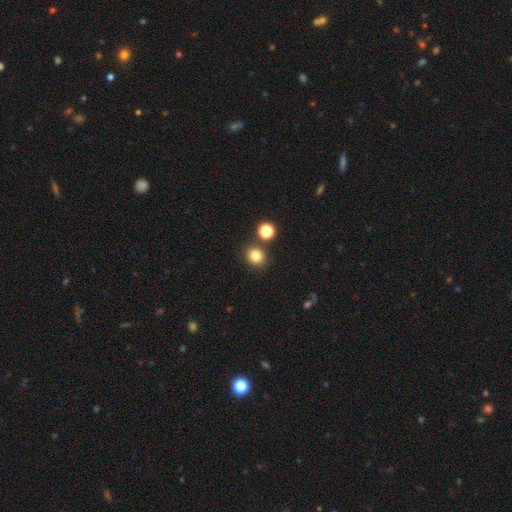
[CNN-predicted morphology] Q: Smooth or featured?
A: smooth (81%); runner-up: star or artifact (14%)
Q: How rounded?
A: round (82%); runner-up: in between (17%)
Q: Merging?
A: none (82%); runner-up: merger (8%)